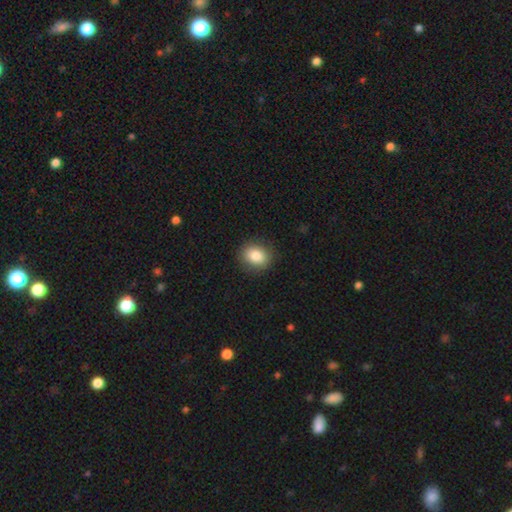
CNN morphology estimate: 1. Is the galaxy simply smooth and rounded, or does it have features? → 84% smooth, 9% star or artifact, 7% featured or disk.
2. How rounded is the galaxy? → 58% round, 41% in between, 1% cigar-shaped.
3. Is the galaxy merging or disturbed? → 88% none, 8% minor disturbance, 2% major disturbance, 1% merger.